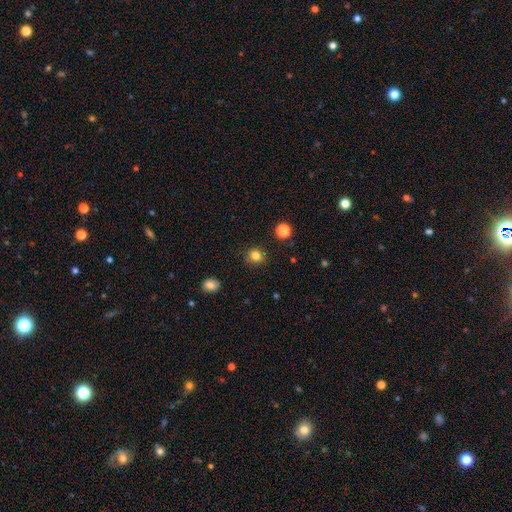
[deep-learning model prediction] smooth_or_featured: smooth (p=0.82) [alt: star or artifact p=0.13]
how_rounded: round (p=0.80) [alt: in between p=0.20]
merging: none (p=0.85) [alt: minor disturbance p=0.10]